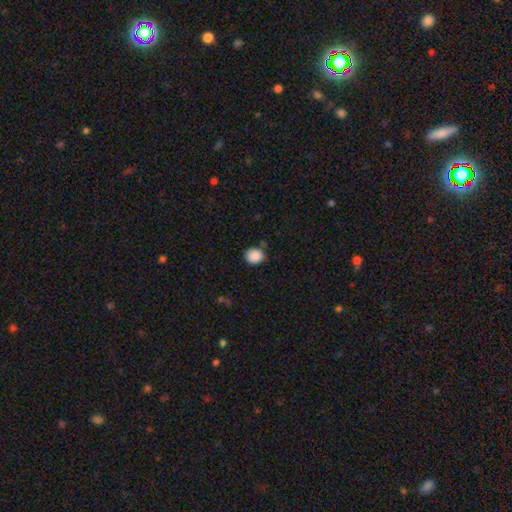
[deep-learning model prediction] Smooth or featured? smooth (88%)
How rounded? round (69%)
Merging? none (73%)